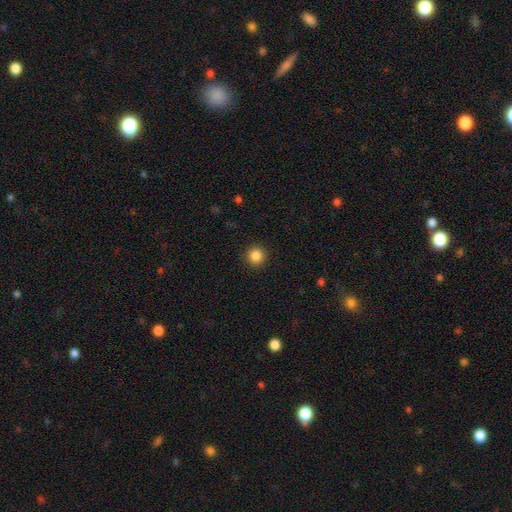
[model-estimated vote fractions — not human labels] Smooth or featured?
  - smooth: 86% *
  - star or artifact: 11%
  - featured or disk: 3%
How rounded?
  - round: 95% *
  - in between: 4%
  - cigar-shaped: 1%
Merging?
  - none: 92% *
  - minor disturbance: 5%
  - major disturbance: 2%
  - merger: 1%